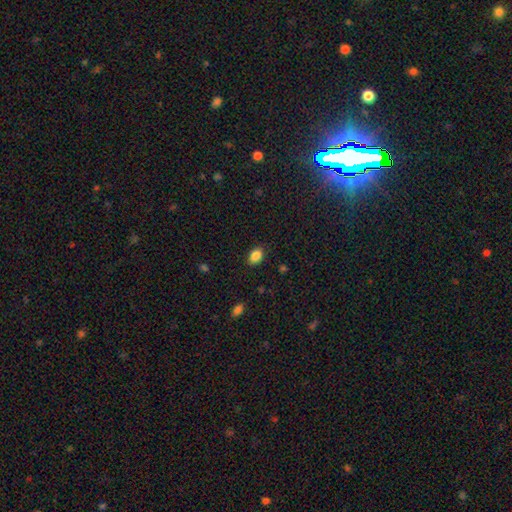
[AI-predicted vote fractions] smooth 87%, star or artifact 9%, featured or disk 4%. Down the decision tree: how rounded — in between (79%); merging — none (87%).